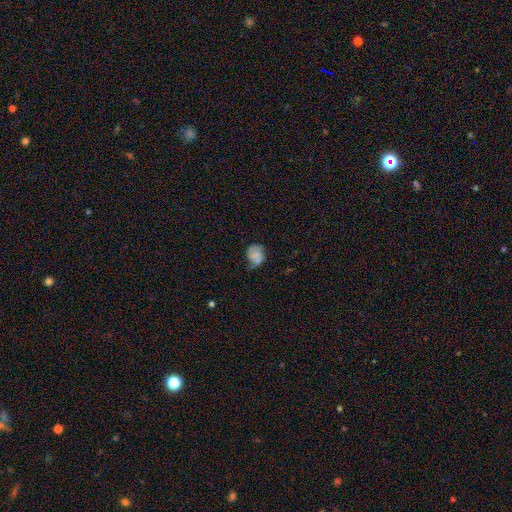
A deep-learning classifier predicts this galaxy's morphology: This is possibly a smooth galaxy (50%). How rounded: possibly round (55%). Merging: possibly none (47%).